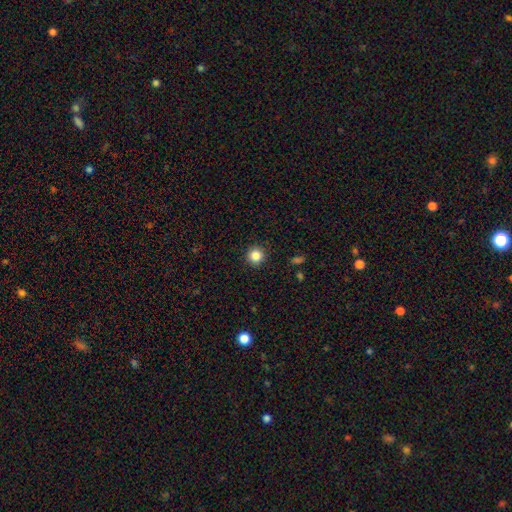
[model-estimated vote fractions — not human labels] Smooth or featured? Predicted: smooth (p=0.85). How rounded? Predicted: round (p=0.94). Merging? Predicted: none (p=0.92).